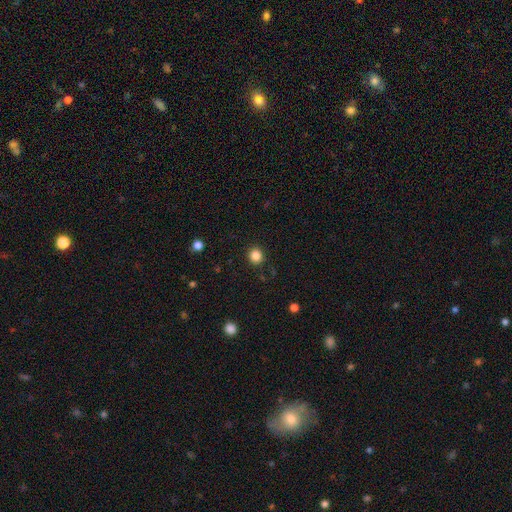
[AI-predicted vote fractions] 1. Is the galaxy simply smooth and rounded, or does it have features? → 85% smooth, 11% star or artifact, 3% featured or disk.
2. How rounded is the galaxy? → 91% round, 8% in between, 1% cigar-shaped.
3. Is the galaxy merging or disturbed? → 92% none, 5% minor disturbance, 2% major disturbance, 1% merger.